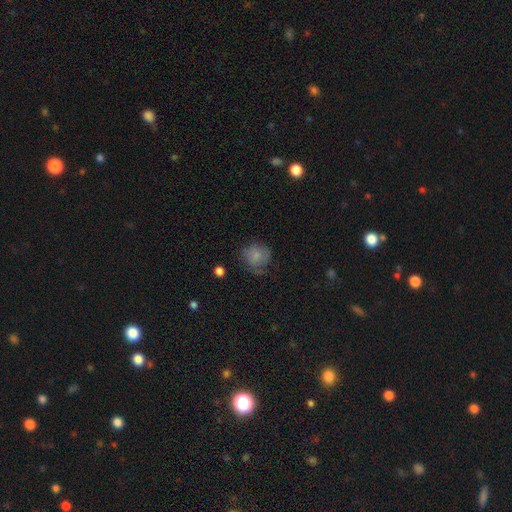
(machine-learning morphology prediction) This appears to be a smooth galaxy with no disk features (78%) that is round (83%). Merging: none (59%).